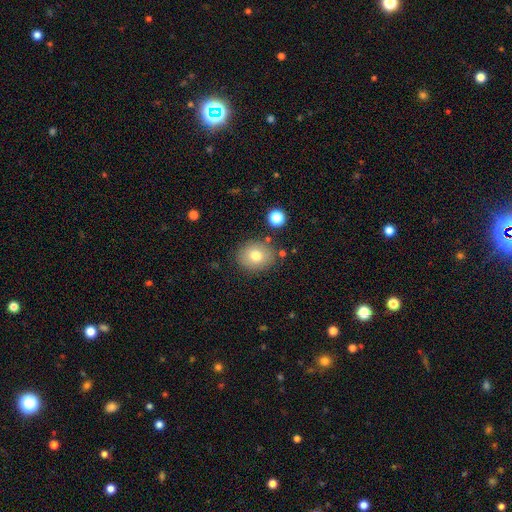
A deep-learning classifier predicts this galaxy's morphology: A smooth galaxy with no disk features (76%) that is round (65%). Merging: none (81%).